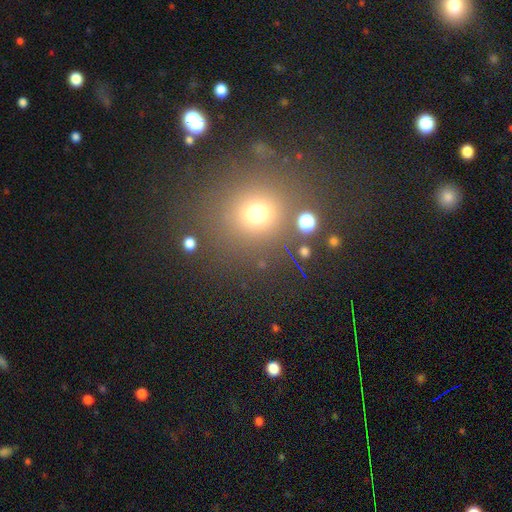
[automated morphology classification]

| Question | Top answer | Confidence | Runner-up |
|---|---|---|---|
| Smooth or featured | smooth | 56% | star or artifact (35%) |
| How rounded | round | 83% | in between (16%) |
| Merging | none | 83% | minor disturbance (8%) |